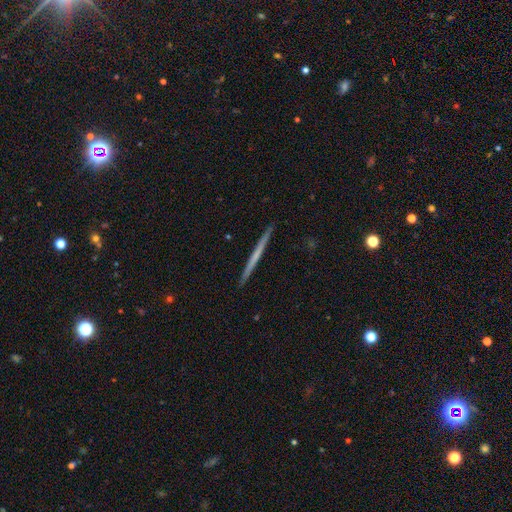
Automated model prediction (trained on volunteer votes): Smooth or featured? Predicted: featured or disk (p=0.53). Edge-on disk? Predicted: yes (p=0.98). Edge-on bulge? Predicted: none (p=0.90). Merging? Predicted: none (p=0.93).